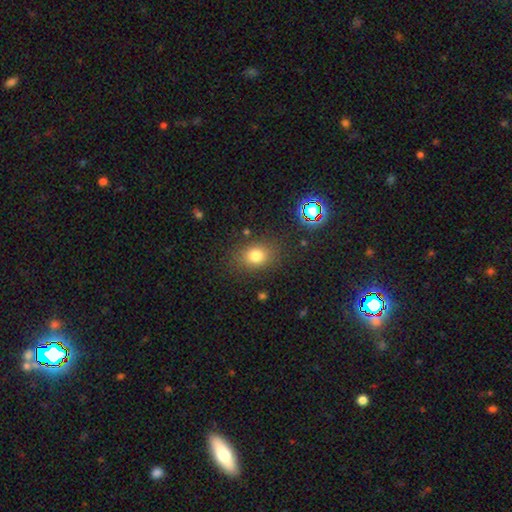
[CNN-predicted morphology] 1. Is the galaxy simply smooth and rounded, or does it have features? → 77% smooth, 14% star or artifact, 8% featured or disk.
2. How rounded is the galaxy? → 53% in between, 45% round, 1% cigar-shaped.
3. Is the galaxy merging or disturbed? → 81% none, 12% minor disturbance, 5% major disturbance, 2% merger.